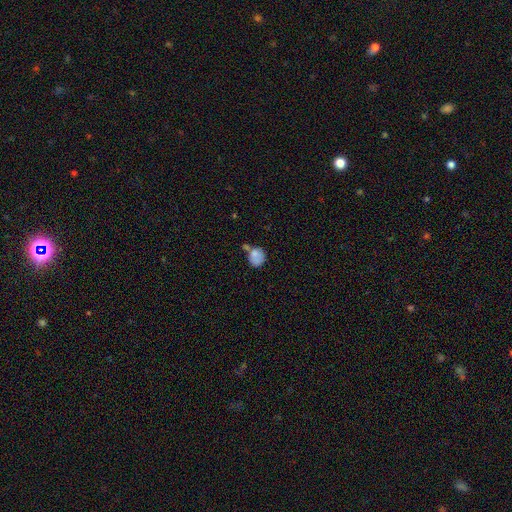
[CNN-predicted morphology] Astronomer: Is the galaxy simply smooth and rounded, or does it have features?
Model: smooth — 75%.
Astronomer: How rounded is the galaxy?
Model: round — 67%.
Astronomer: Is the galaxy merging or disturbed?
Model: none — 38% (runner-up: merger, 33%).